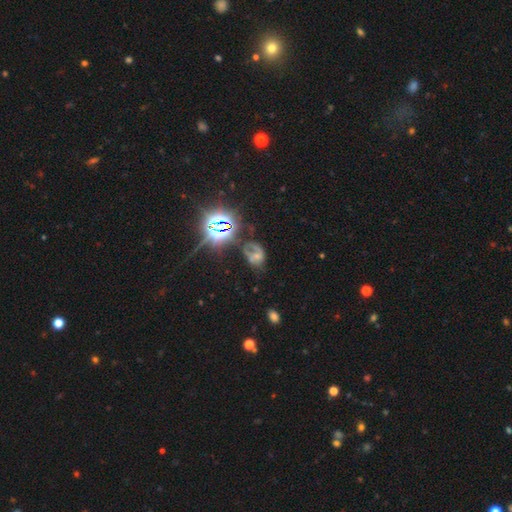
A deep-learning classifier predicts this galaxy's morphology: Smooth or featured? featured or disk (39%)
Merging? none (33%)